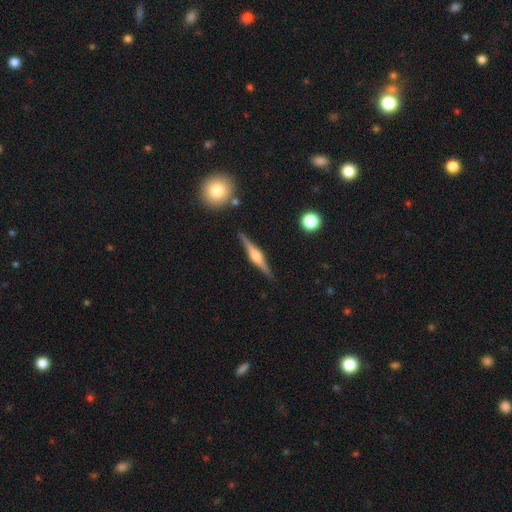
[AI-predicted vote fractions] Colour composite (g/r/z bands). It shows a featured or disk galaxy (80%) viewed edge-on (98%) with a rounded central bulge (86%). Merging: none (90%).